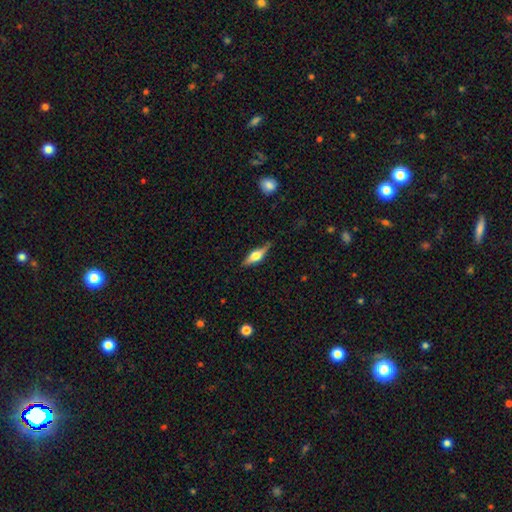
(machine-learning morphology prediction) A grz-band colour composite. It shows a featured or disk galaxy (58%) viewed edge-on (95%) with a rounded central bulge (91%). Merging: none (77%).